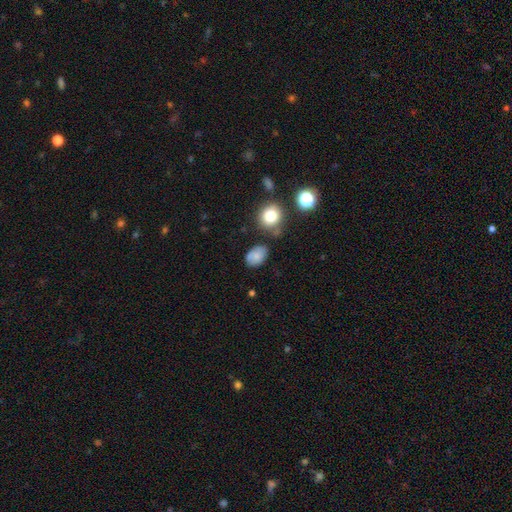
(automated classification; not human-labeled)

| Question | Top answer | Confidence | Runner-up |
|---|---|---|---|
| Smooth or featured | smooth | 78% | featured or disk (12%) |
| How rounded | in between | 82% | round (17%) |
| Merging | none | 66% | minor disturbance (22%) |